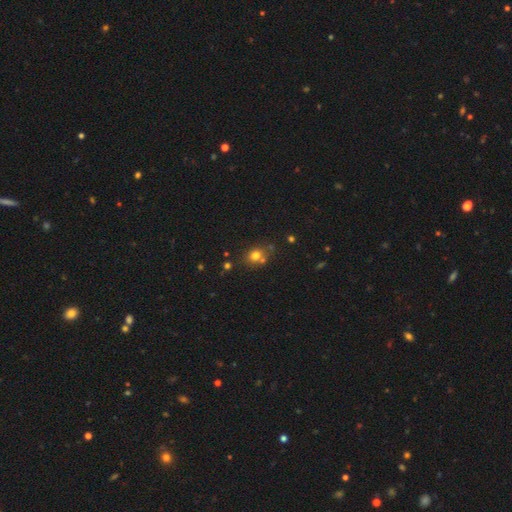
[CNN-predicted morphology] The model was most divided on "merging": none: 61%, merger: 21%, minor disturbance: 13%, major disturbance: 4%. More confident: smooth or featured — smooth (74%); how rounded — round (70%).